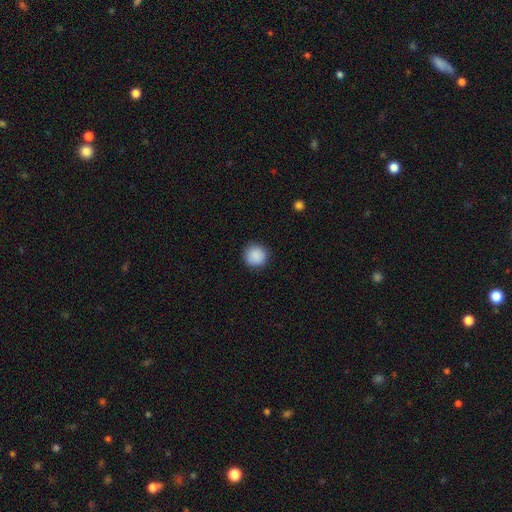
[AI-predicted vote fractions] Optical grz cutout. It shows a smooth galaxy with no disk features (89%) that is round (94%). Merging: none (90%).